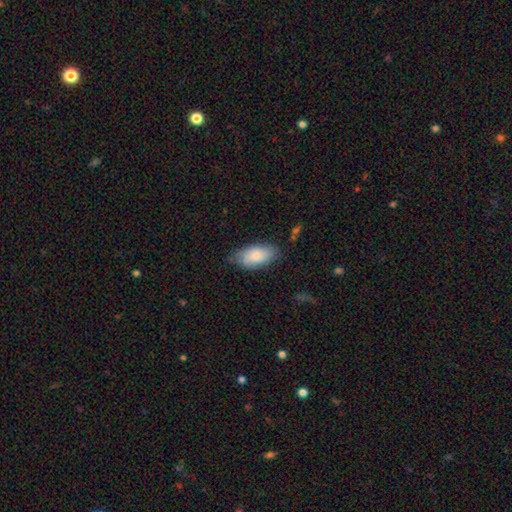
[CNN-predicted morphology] Q: Smooth or featured?
A: smooth (80%); runner-up: featured or disk (14%)
Q: How rounded?
A: in between (92%); runner-up: cigar-shaped (5%)
Q: Merging?
A: none (68%); runner-up: minor disturbance (25%)